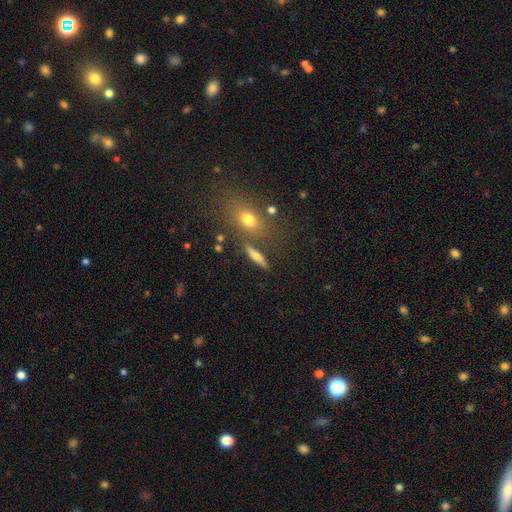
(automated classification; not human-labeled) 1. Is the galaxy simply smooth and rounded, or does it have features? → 66% smooth, 22% featured or disk, 11% star or artifact.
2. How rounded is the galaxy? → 67% cigar-shaped, 24% in between, 9% round.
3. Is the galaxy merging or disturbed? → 74% none, 12% minor disturbance, 9% merger, 5% major disturbance.